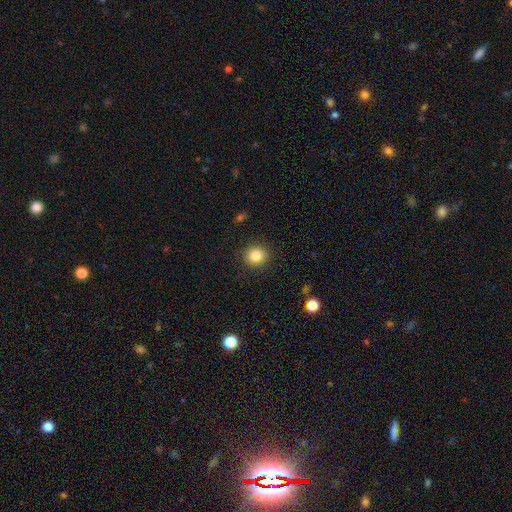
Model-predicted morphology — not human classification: Q: Smooth or featured?
A: smooth (83%); runner-up: star or artifact (10%)
Q: How rounded?
A: round (86%); runner-up: in between (14%)
Q: Merging?
A: none (90%); runner-up: minor disturbance (7%)